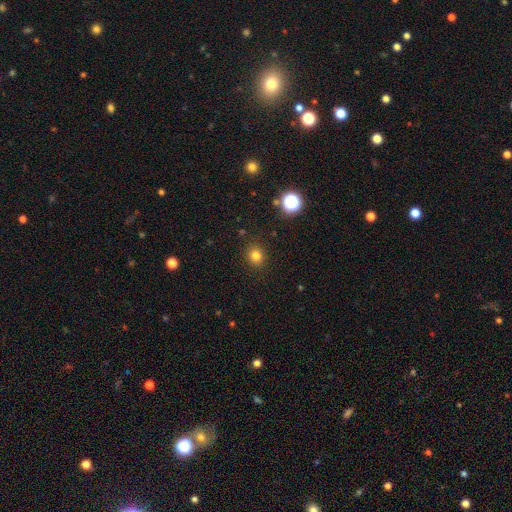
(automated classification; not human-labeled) smooth 80%, star or artifact 15%, featured or disk 5%. Down the decision tree: how rounded — round (80%); merging — none (89%).